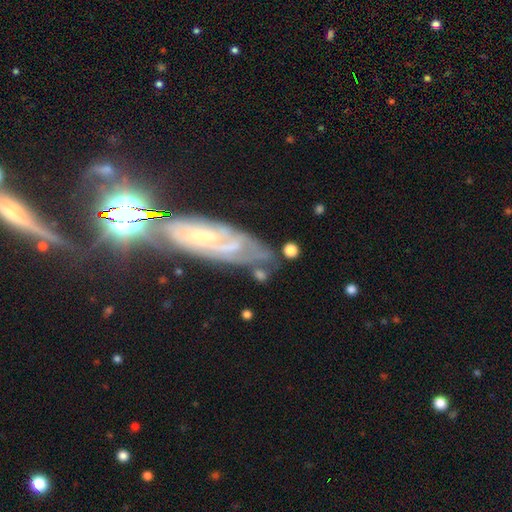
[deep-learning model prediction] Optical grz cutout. It shows a featured or disk galaxy (72%) with no bar (47%), spiral arms (85%) and a small central bulge (47%). Merging: none (58%).